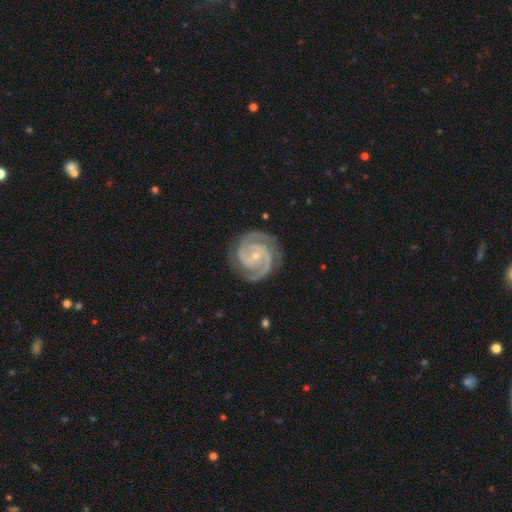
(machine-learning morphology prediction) A featured or disk galaxy (93%) with no bar (47%), 2 (68%) tight (59%) spiral arms (99%) and a small central bulge (75%). Merging: none (81%).